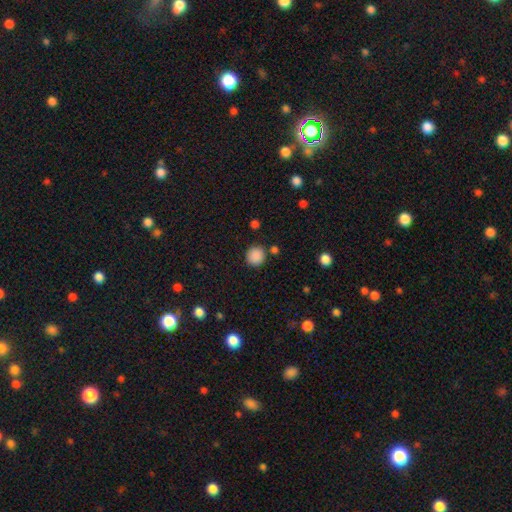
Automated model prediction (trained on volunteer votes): This is clearly a smooth galaxy (88%). How rounded: clearly round (91%). Merging: clearly none (84%).